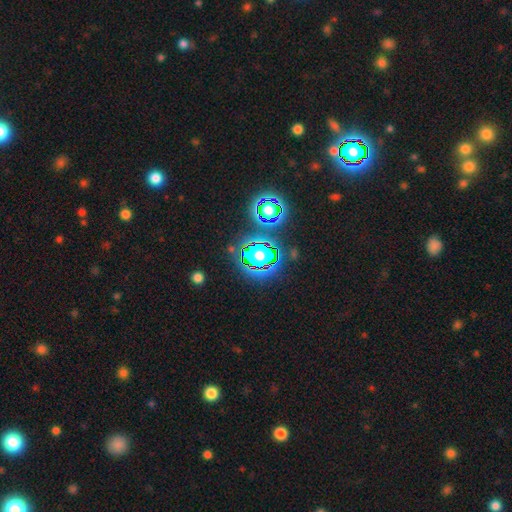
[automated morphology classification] Smooth or featured: star or artifact — 57% (smooth — 27%)